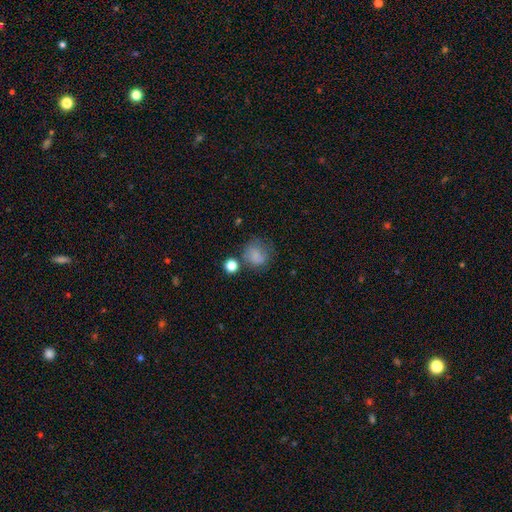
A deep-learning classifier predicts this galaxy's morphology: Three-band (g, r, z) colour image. It shows a smooth galaxy with no disk features (75%) that is round (81%). Merging: none (57%).